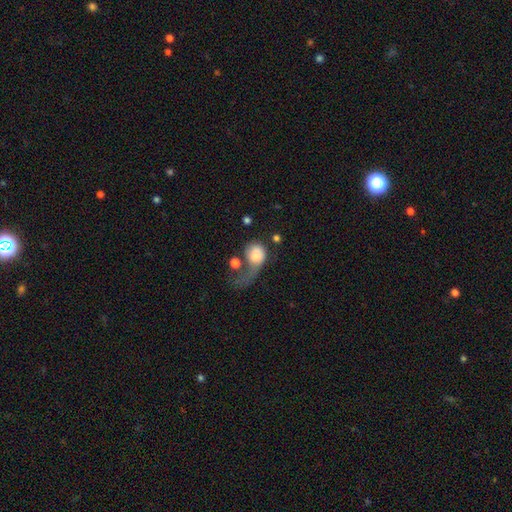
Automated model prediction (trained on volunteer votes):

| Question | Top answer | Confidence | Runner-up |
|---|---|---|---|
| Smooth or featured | smooth | 66% | featured or disk (26%) |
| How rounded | round | 58% | in between (41%) |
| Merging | major disturbance | 60% | merger (15%) |